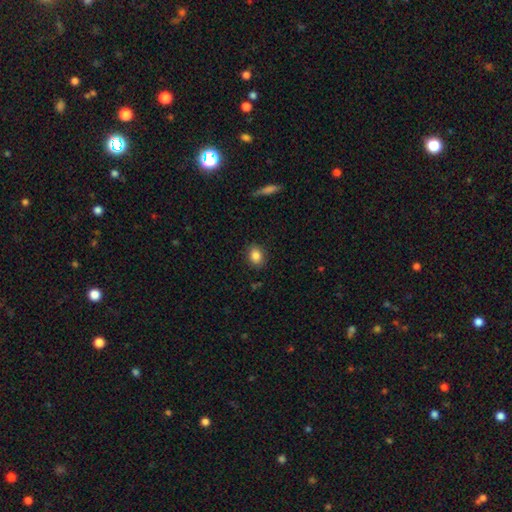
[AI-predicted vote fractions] Smooth or featured? smooth (85%)
How rounded? in between (55%)
Merging? none (86%)